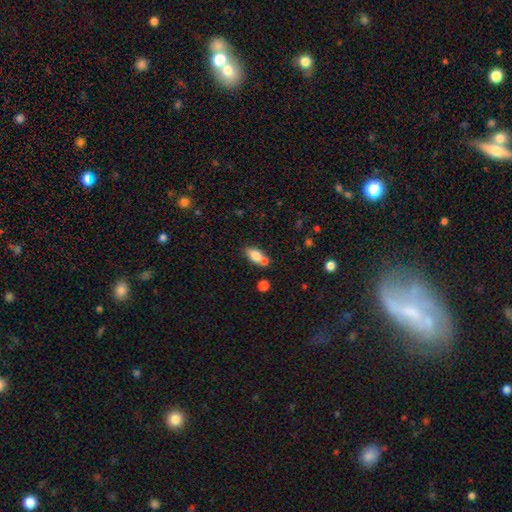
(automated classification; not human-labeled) This is likely a smooth galaxy (78%). How rounded: clearly in between (84%). Merging: possibly none (47%).